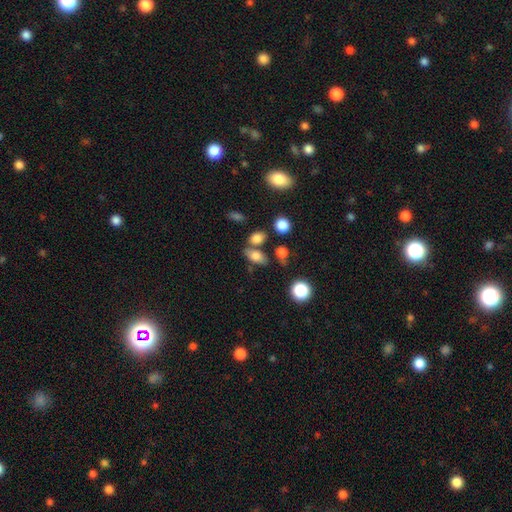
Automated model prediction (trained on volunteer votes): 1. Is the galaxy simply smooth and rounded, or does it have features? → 74% smooth, 15% featured or disk, 11% star or artifact.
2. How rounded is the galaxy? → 80% in between, 13% round, 7% cigar-shaped.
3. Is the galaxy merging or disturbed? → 62% none, 19% merger, 14% minor disturbance, 5% major disturbance.